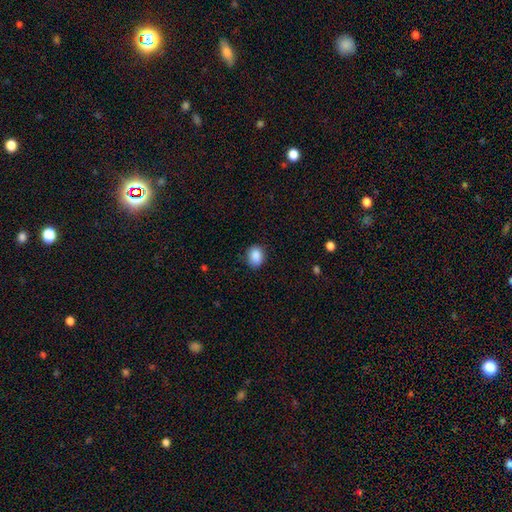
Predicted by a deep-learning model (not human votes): Q: Smooth or featured?
A: smooth (88%); runner-up: star or artifact (8%)
Q: How rounded?
A: in between (55%); runner-up: round (44%)
Q: Merging?
A: none (83%); runner-up: minor disturbance (13%)